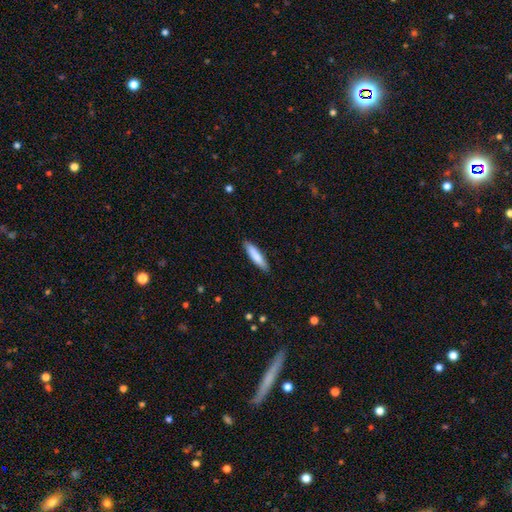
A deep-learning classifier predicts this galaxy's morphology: Smooth or featured: smooth — 83% (featured or disk — 11%)
How rounded: cigar-shaped — 80% (in between — 19%)
Merging: none — 89% (minor disturbance — 9%)